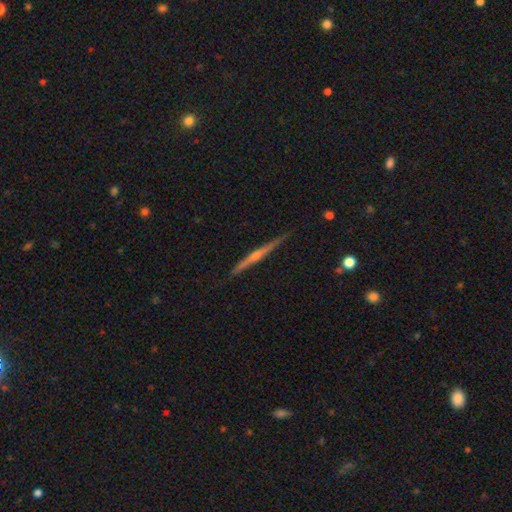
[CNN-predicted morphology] Overall: featured or disk (77%). Edge-on disk: yes (98%). Edge-on bulge: rounded (78%). Merging: none (89%).